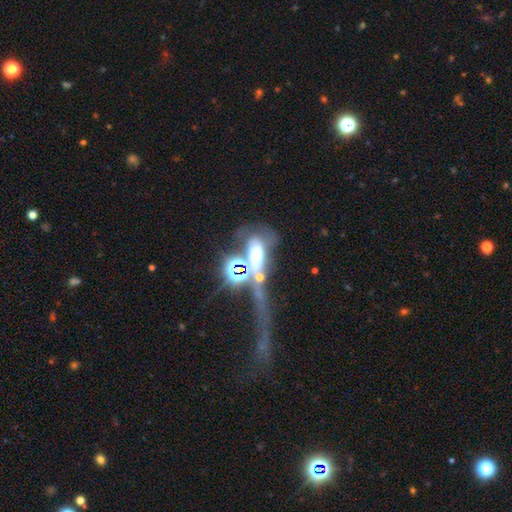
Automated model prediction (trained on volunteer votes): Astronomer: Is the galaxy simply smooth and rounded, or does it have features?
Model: smooth — 39% (runner-up: featured or disk, 33%).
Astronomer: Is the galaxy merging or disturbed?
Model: merger — 41% (runner-up: major disturbance, 29%).